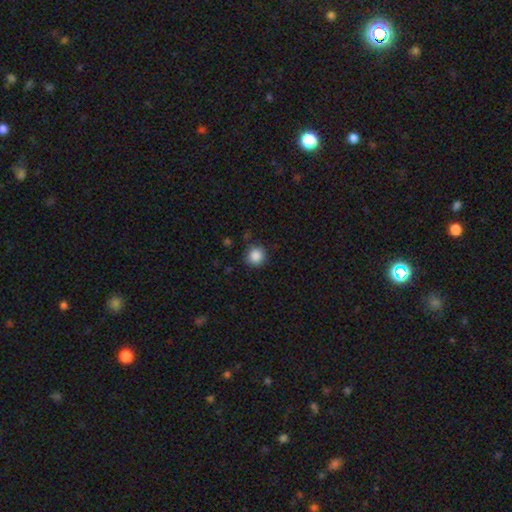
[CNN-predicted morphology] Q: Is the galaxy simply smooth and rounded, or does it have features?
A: smooth — 87%.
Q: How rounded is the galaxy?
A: round — 93%.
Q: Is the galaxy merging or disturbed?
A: none — 85%.